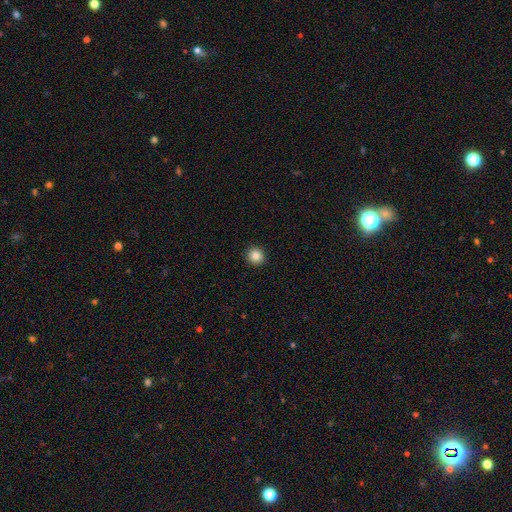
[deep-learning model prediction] Morphology: type=smooth (85%); roundness=round (93%); merging=none (93%).